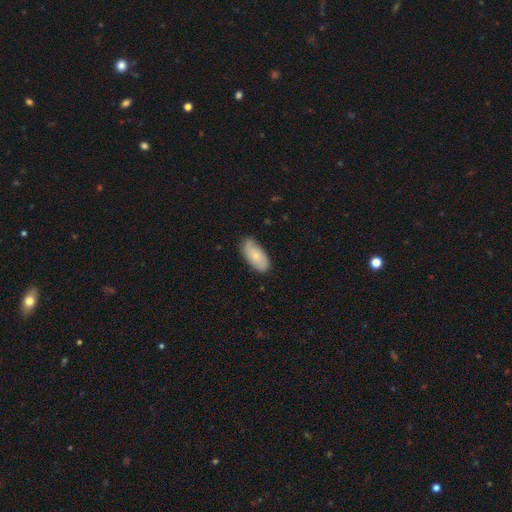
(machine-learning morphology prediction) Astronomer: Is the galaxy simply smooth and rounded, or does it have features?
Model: smooth — 69%.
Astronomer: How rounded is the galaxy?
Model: in between — 92%.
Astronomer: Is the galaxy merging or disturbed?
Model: none — 76%.